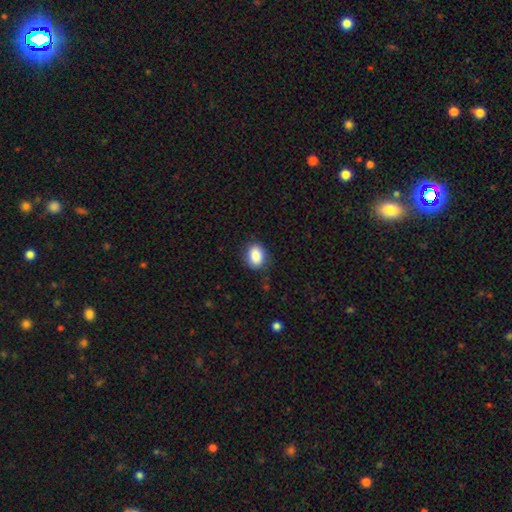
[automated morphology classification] This appears to be a smooth galaxy with no disk features (87%) that is in between round and cigar-shaped (68%). Merging: none (84%).